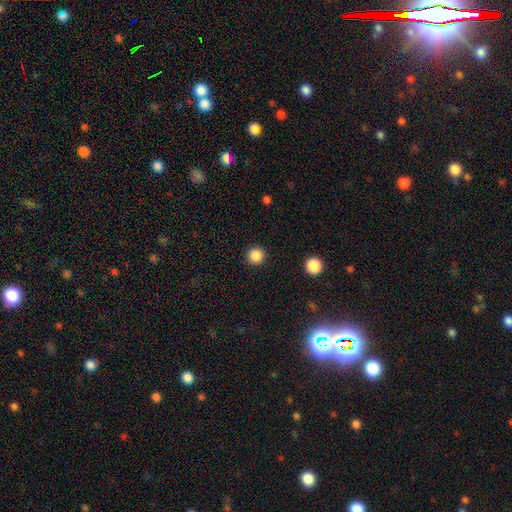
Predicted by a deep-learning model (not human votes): Smooth or featured? smooth (86%)
How rounded? round (96%)
Merging? none (92%)